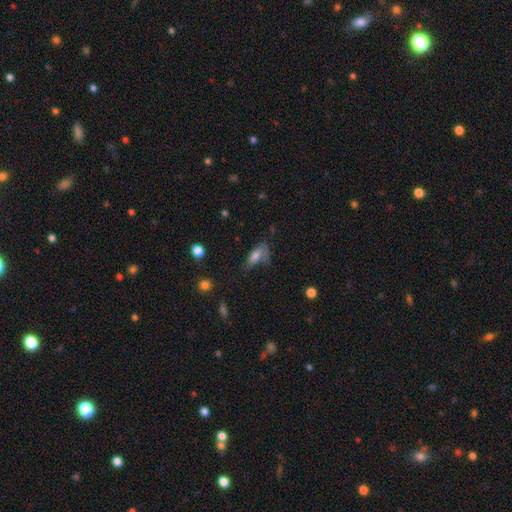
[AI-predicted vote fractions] This appears to be a smooth galaxy with no disk features (68%) that is in between round and cigar-shaped (72%). Merging: none (39%).